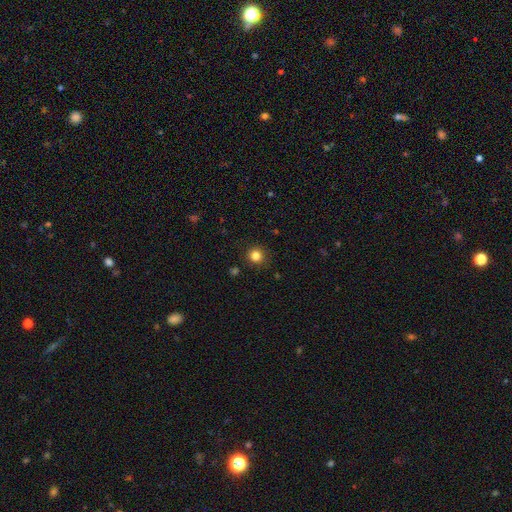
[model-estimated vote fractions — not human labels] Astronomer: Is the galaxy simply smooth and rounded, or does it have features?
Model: smooth — 83%.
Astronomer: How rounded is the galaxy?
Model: round — 92%.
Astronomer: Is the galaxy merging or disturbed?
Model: none — 89%.